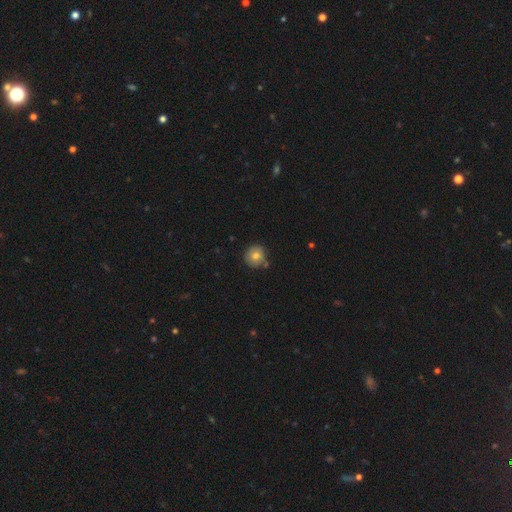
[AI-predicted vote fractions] Q: Smooth or featured?
A: smooth (76%); runner-up: featured or disk (14%)
Q: How rounded?
A: round (93%); runner-up: in between (6%)
Q: Merging?
A: none (79%); runner-up: minor disturbance (13%)